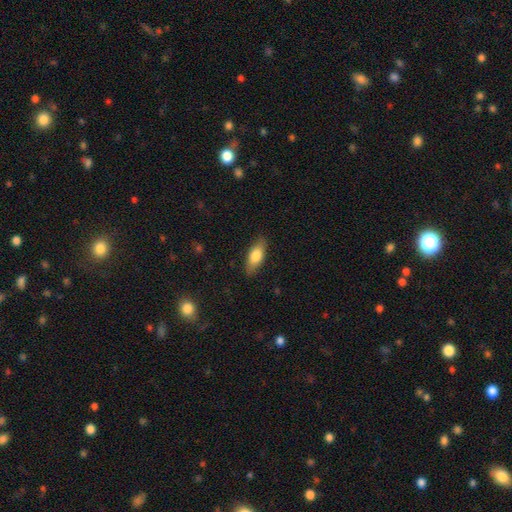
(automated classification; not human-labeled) A smooth galaxy with no disk features (76%) that is in between round and cigar-shaped (75%).

Vote fractions:
- Smooth or featured? smooth: 76% / featured or disk: 17% / star or artifact: 6%
- How rounded? in between: 75% / cigar-shaped: 23% / round: 3%
- Merging? none: 85% / minor disturbance: 11% / major disturbance: 3% / merger: 1%